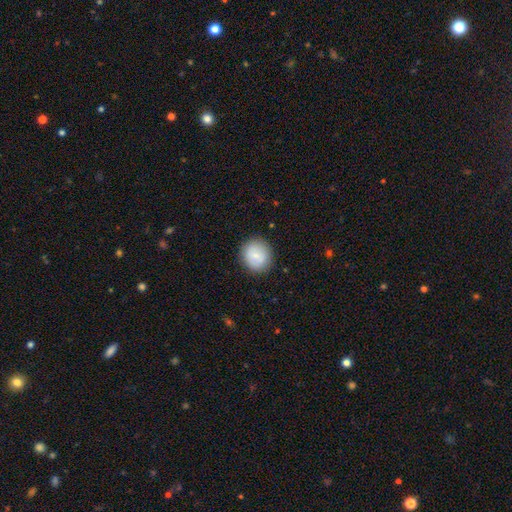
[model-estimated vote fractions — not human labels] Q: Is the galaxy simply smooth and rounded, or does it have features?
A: smooth — 77%.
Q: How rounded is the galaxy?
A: round — 84%.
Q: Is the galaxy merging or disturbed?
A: none — 87%.